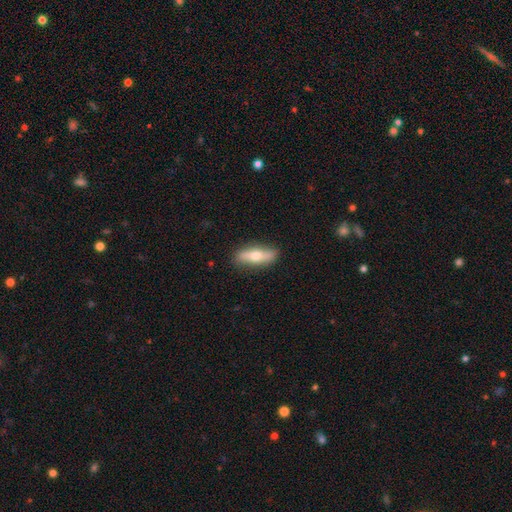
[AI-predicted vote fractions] The model was most divided on "how rounded": in between: 51%, cigar-shaped: 45%, round: 4%. More confident: merging — none (87%); smooth or featured — smooth (54%).